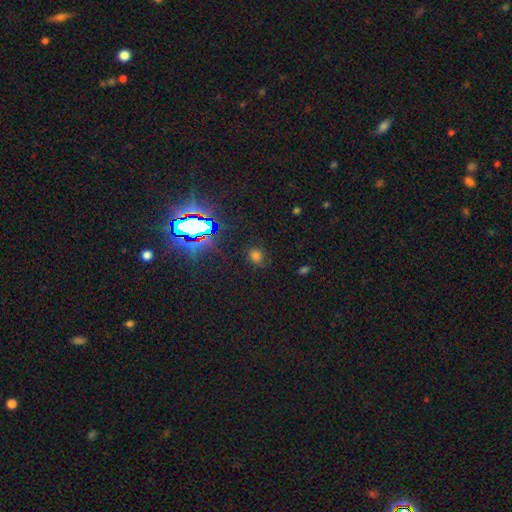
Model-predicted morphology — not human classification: smooth-or-featured: smooth: 62% | star or artifact: 32% | featured or disk: 6%
  how-rounded: round: 76% | in between: 23% | cigar-shaped: 1%
  merging: none: 82% | minor disturbance: 12% | major disturbance: 4% | merger: 2%